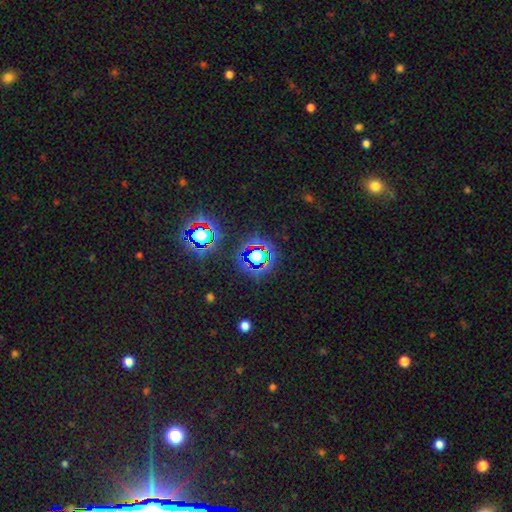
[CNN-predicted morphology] Smooth or featured?
  - star or artifact: 66% *
  - smooth: 23%
  - featured or disk: 11%